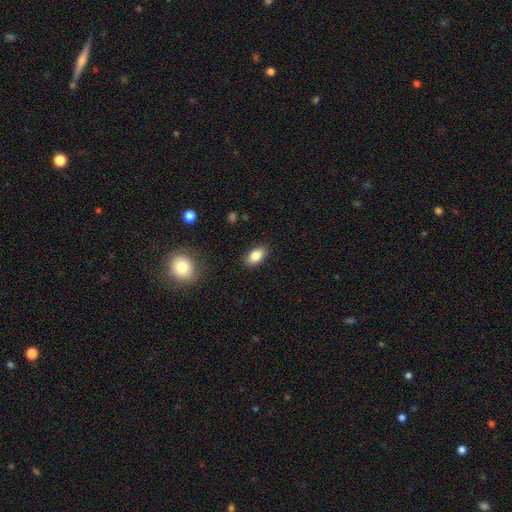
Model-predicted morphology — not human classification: smooth-or-featured: smooth: 82% | featured or disk: 10% | star or artifact: 8%
  how-rounded: in between: 90% | round: 7% | cigar-shaped: 4%
  merging: none: 88% | minor disturbance: 9% | major disturbance: 2% | merger: 1%